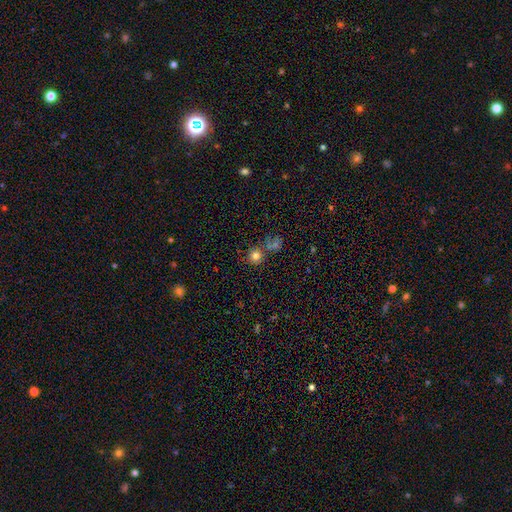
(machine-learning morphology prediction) Smooth or featured: smooth — 78% (star or artifact — 14%)
How rounded: round — 91% (in between — 8%)
Merging: none — 72% (merger — 14%)